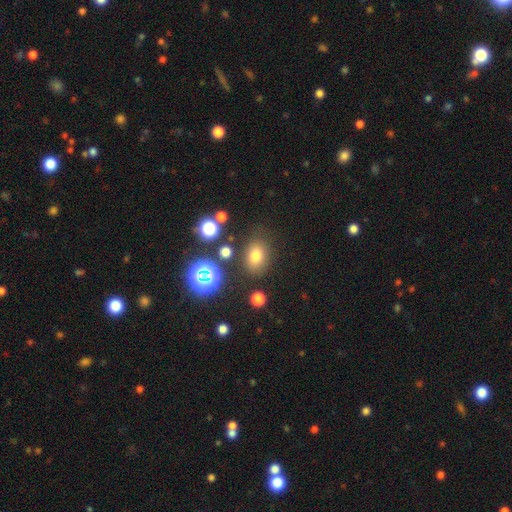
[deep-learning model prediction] smooth_or_featured: smooth (p=0.72) [alt: star or artifact p=0.19]
how_rounded: in between (p=0.66) [alt: round p=0.33]
merging: none (p=0.80) [alt: minor disturbance p=0.11]